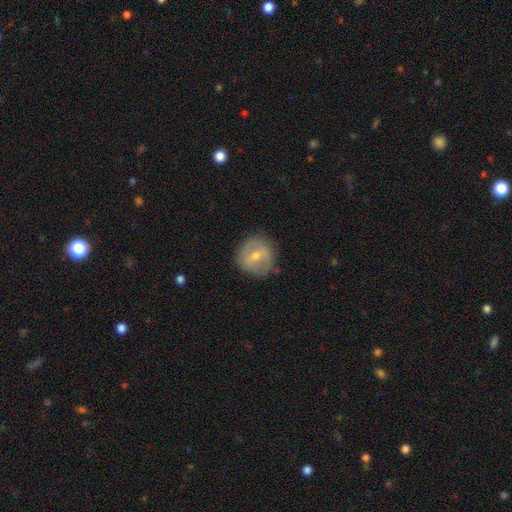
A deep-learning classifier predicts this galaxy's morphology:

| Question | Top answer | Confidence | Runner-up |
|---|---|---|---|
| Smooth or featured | featured or disk | 47% | smooth (44%) |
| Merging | none | 81% | minor disturbance (14%) |